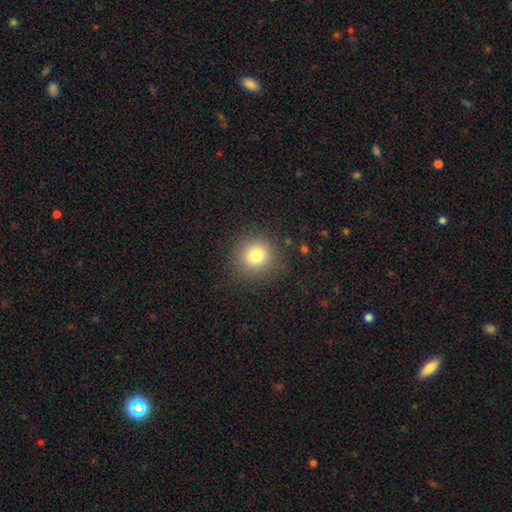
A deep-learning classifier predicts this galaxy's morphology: smooth-or-featured: smooth: 79% | star or artifact: 13% | featured or disk: 9%
  how-rounded: round: 92% | in between: 7% | cigar-shaped: 1%
  merging: none: 88% | minor disturbance: 8% | major disturbance: 3% | merger: 1%